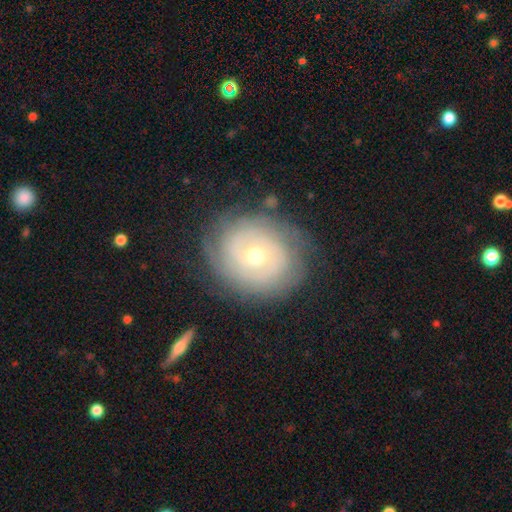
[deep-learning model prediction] Smooth or featured? featured or disk (78%)
Edge-on disk? no (97%)
Bar? no (68%)
Spiral arms? yes (88%)
Spiral winding? tight (79%)
Spiral arm count? can't tell (41%)
Bulge size? small (52%)
Merging? none (78%)